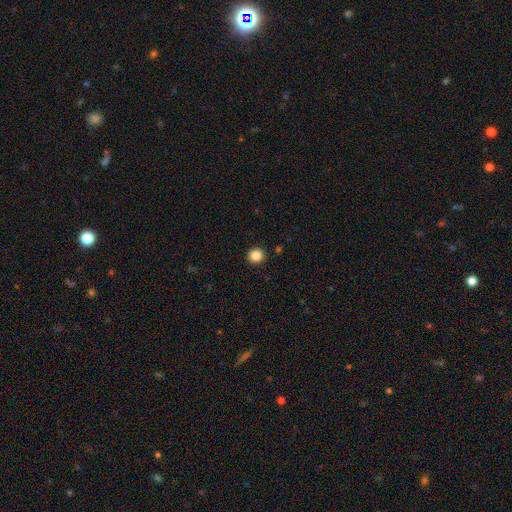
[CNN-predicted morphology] Smooth or featured?
  - smooth: 84% *
  - star or artifact: 11%
  - featured or disk: 4%
How rounded?
  - round: 93% *
  - in between: 6%
  - cigar-shaped: 1%
Merging?
  - none: 92% *
  - minor disturbance: 5%
  - major disturbance: 2%
  - merger: 1%